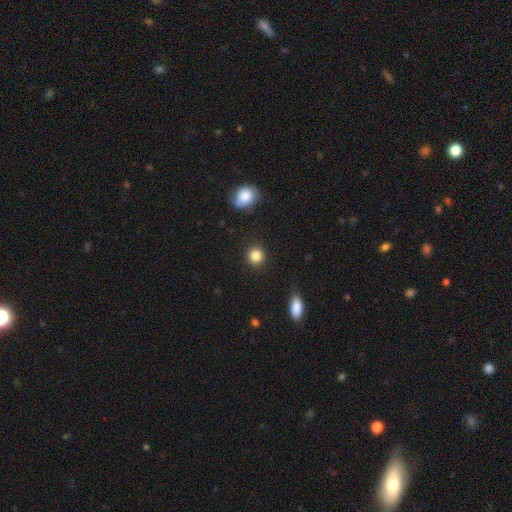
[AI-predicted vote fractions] A smooth galaxy with no disk features (85%) that is round (90%). Merging: none (90%).